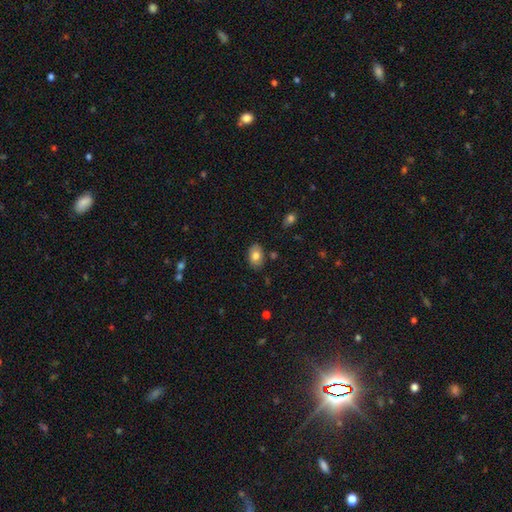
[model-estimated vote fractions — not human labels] Smooth or featured? smooth (78%)
How rounded? in between (85%)
Merging? none (83%)